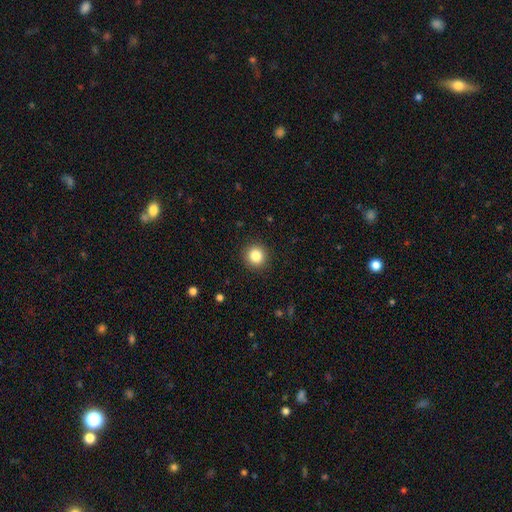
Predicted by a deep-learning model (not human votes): smooth 85%, star or artifact 10%, featured or disk 5%. Down the decision tree: how rounded — round (93%); merging — none (92%).